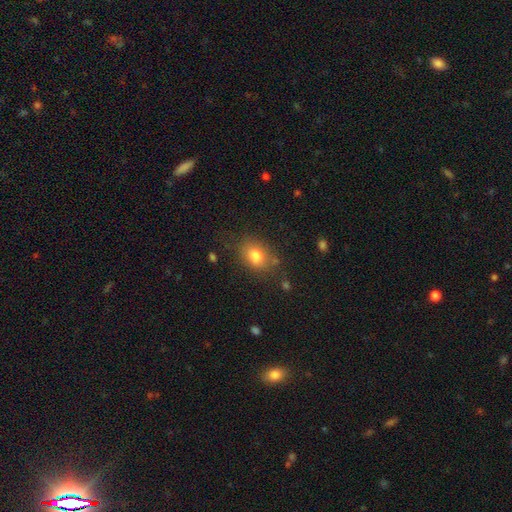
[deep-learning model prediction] Smooth or featured?
  - smooth: 79% *
  - featured or disk: 11%
  - star or artifact: 11%
How rounded?
  - in between: 68% *
  - round: 31%
  - cigar-shaped: 1%
Merging?
  - none: 71% *
  - minor disturbance: 18%
  - major disturbance: 6%
  - merger: 4%